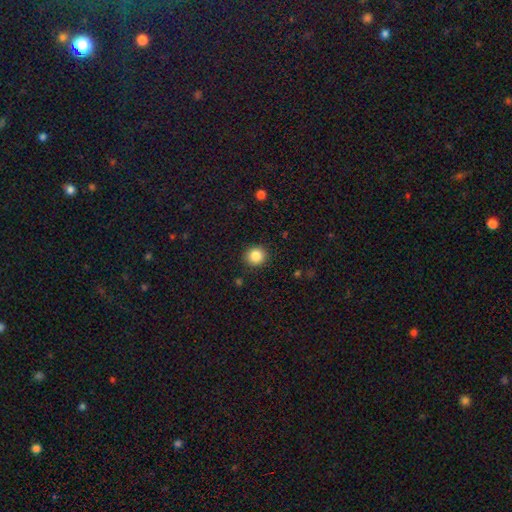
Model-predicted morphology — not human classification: Smooth or featured: smooth — 85% (star or artifact — 10%)
How rounded: round — 88% (in between — 11%)
Merging: none — 90% (minor disturbance — 6%)